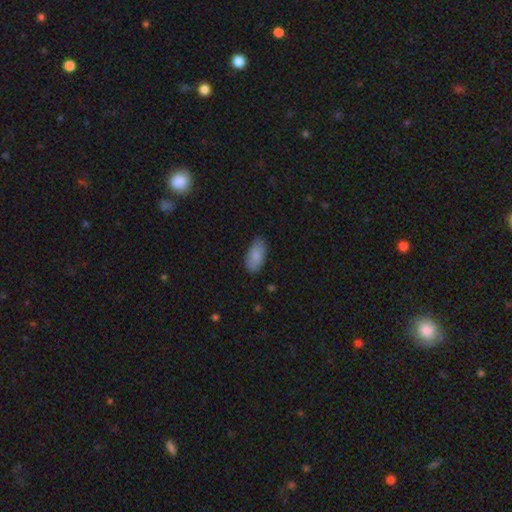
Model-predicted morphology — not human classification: smooth_or_featured: smooth (p=0.85) [alt: featured or disk p=0.08]
how_rounded: in between (p=0.92) [alt: cigar-shaped p=0.06]
merging: none (p=0.83) [alt: minor disturbance p=0.13]